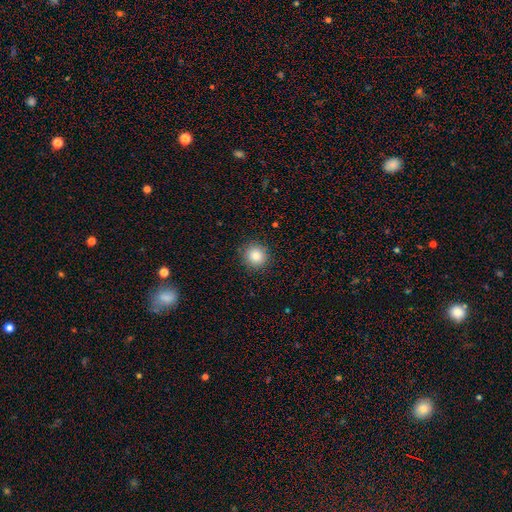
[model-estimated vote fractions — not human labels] A smooth galaxy with no disk features (85%) that is round (92%).

Vote fractions:
- Smooth or featured? smooth: 85% / star or artifact: 10% / featured or disk: 5%
- How rounded? round: 92% / in between: 7% / cigar-shaped: 1%
- Merging? none: 90% / minor disturbance: 7% / major disturbance: 2% / merger: 1%